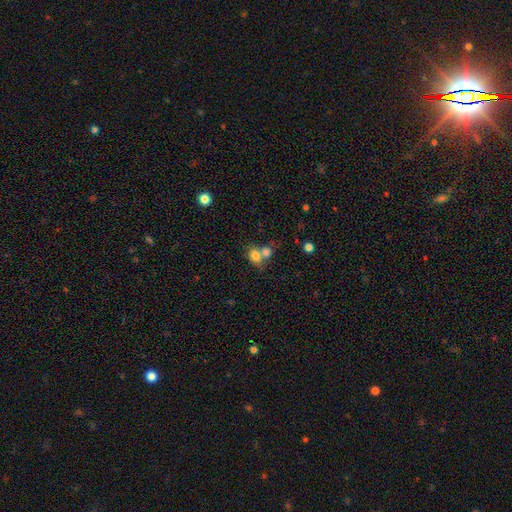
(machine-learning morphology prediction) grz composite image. It shows a smooth galaxy with no disk features (78%) that is in between round and cigar-shaped (53%). Merging: merger (54%).